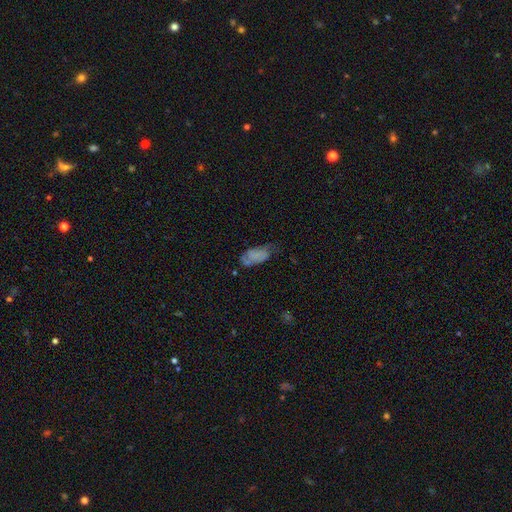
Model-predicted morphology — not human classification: This appears to be a smooth galaxy with no disk features (62%) that is in between round and cigar-shaped (91%). Merging: none (38%).